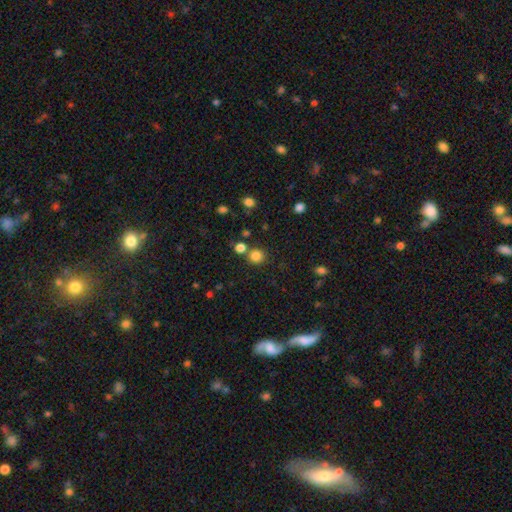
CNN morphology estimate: smooth-or-featured: smooth: 82% | star or artifact: 13% | featured or disk: 5%
  how-rounded: round: 91% | in between: 8% | cigar-shaped: 1%
  merging: none: 75% | merger: 15% | minor disturbance: 8% | major disturbance: 3%